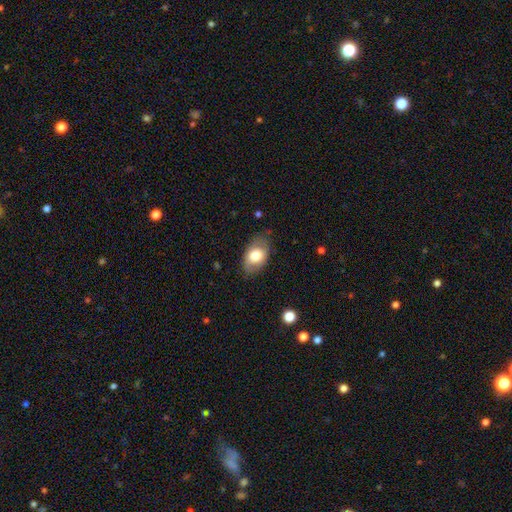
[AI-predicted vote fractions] A smooth galaxy with no disk features (70%) that is in between round and cigar-shaped (89%). Merging: none (77%).